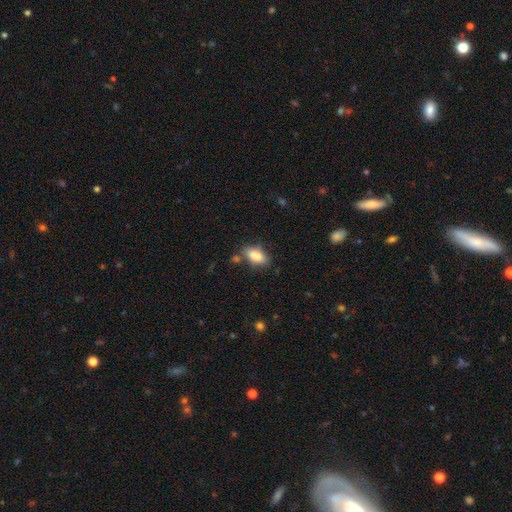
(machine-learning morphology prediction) Smooth or featured? smooth (83%)
How rounded? in between (88%)
Merging? none (74%)